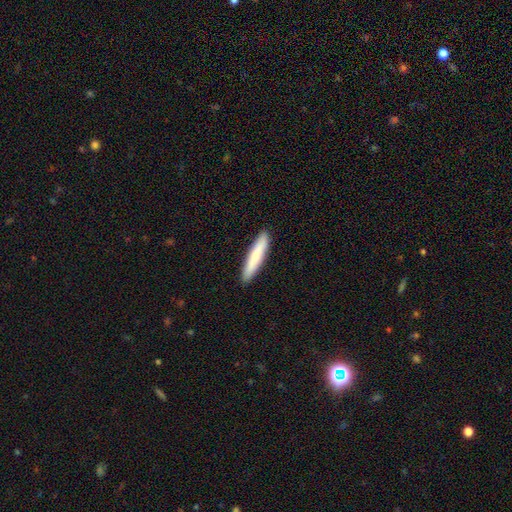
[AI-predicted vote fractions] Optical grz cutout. It shows a smooth galaxy with no disk features (77%) that is cigar-shaped (90%). Merging: none (92%).